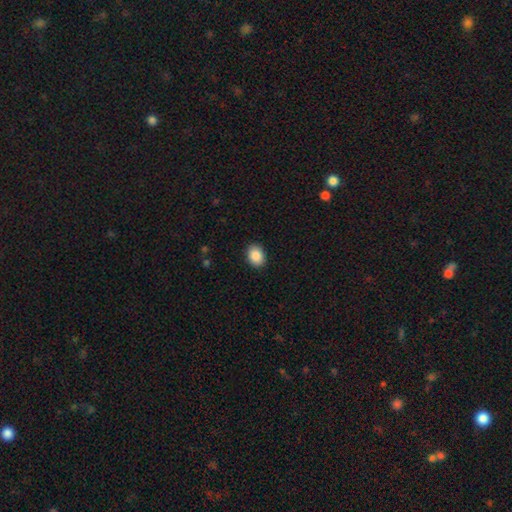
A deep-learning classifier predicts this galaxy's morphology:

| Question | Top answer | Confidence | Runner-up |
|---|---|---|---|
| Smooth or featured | smooth | 89% | star or artifact (8%) |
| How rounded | in between | 65% | round (34%) |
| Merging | none | 91% | minor disturbance (7%) |